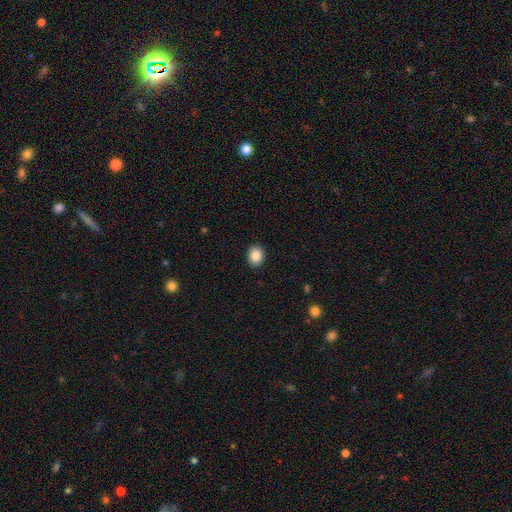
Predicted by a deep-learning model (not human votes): smooth 88%, star or artifact 8%, featured or disk 4%. Down the decision tree: how rounded — round (62%); merging — none (90%).